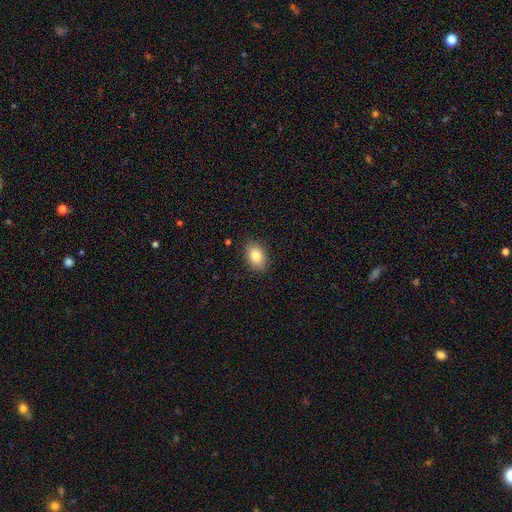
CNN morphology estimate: Smooth or featured? smooth (84%)
How rounded? in between (79%)
Merging? none (86%)